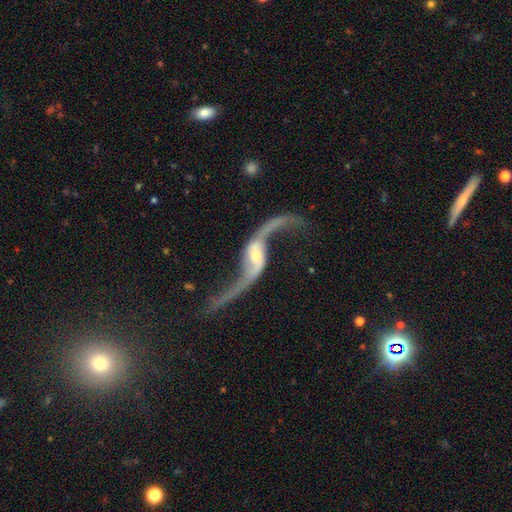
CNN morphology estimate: The model was most divided on "bar" (2-way tie): no: 35%, weak: 35%, strong: 29%. Remaining: spiral arms — yes (96%); spiral winding — loose (95%); spiral arm count — 2 (94%); edge-on disk — no (93%); smooth or featured — featured or disk (92%); merging — none (60%); bulge size — small (48%).